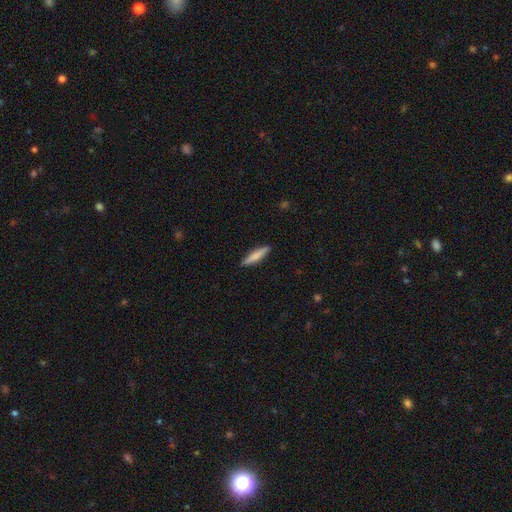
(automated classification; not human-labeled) The model was most divided on "smooth or featured": smooth: 74%, featured or disk: 21%, star or artifact: 6%. More confident: merging — none (90%); how rounded — cigar-shaped (86%).